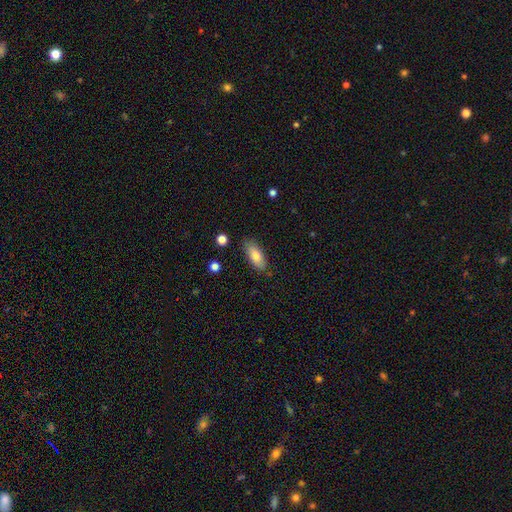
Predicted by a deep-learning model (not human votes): A smooth galaxy with no disk features (78%) that is in between round and cigar-shaped (82%).

Vote fractions:
- Smooth or featured? smooth: 78% / featured or disk: 15% / star or artifact: 7%
- How rounded? in between: 82% / cigar-shaped: 15% / round: 2%
- Merging? none: 82% / minor disturbance: 14% / major disturbance: 3% / merger: 2%